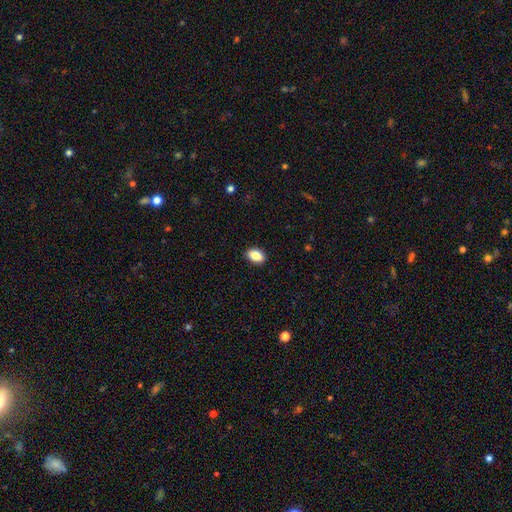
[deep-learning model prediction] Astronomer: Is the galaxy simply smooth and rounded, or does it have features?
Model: smooth — 86%.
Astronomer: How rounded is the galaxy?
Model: in between — 88%.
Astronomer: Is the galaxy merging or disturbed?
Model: none — 90%.